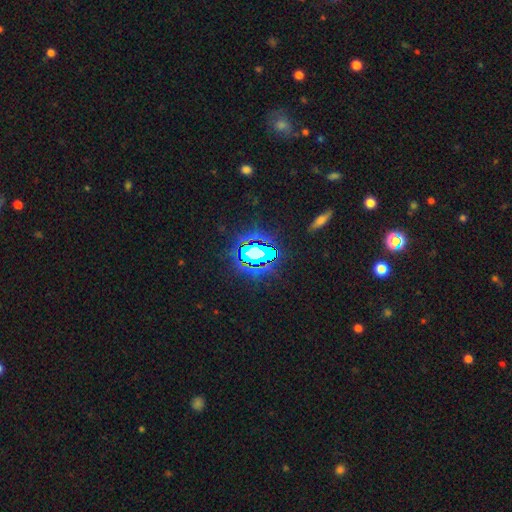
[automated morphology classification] Overall: star or artifact (81%).